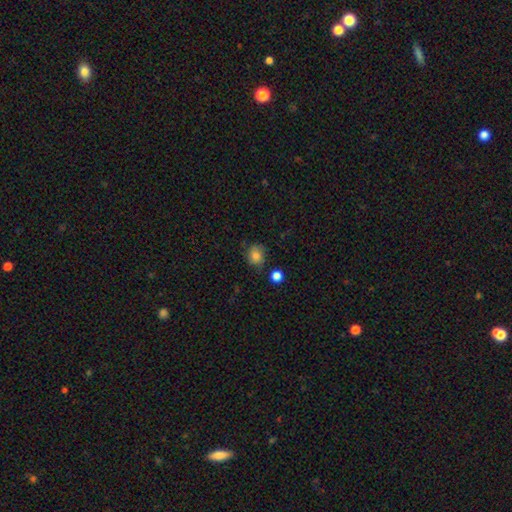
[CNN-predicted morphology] smooth_or_featured: smooth (p=0.80) [alt: star or artifact p=0.11]
how_rounded: round (p=0.69) [alt: in between p=0.30]
merging: none (p=0.70) [alt: minor disturbance p=0.20]